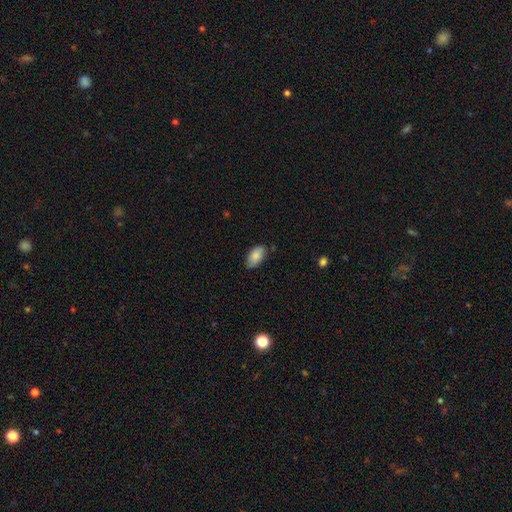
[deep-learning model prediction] This is clearly a smooth galaxy (84%). How rounded: clearly in between (94%). Merging: likely none (79%).